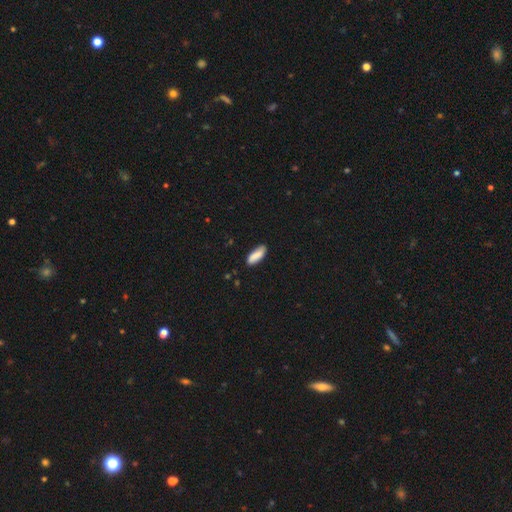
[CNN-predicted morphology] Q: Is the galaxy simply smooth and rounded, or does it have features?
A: smooth — 86%.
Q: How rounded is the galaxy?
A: in between — 72%.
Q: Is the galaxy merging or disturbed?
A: none — 82%.